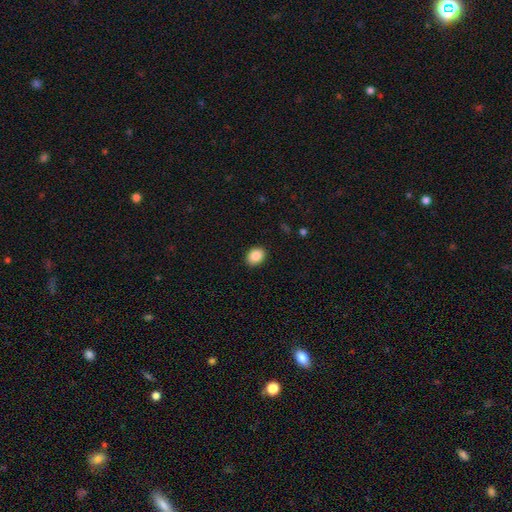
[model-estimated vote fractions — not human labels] Smooth or featured?
  - smooth: 87% *
  - star or artifact: 8%
  - featured or disk: 5%
How rounded?
  - in between: 57% *
  - round: 42%
  - cigar-shaped: 1%
Merging?
  - none: 90% *
  - minor disturbance: 7%
  - major disturbance: 2%
  - merger: 1%